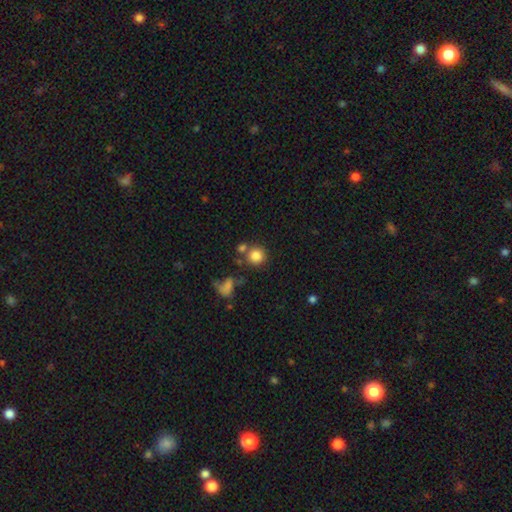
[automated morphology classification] type=smooth (82%); roundness=round (90%); merging=none (65%).